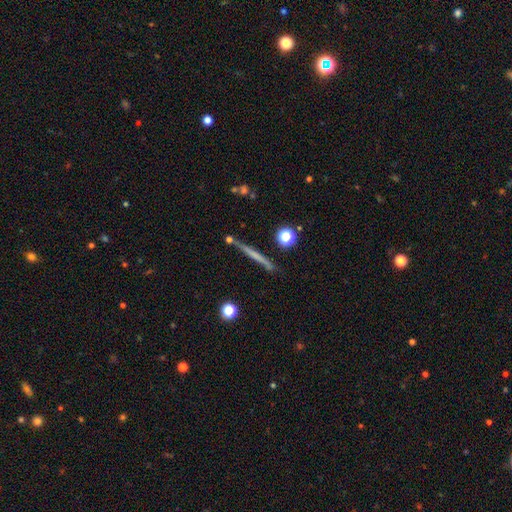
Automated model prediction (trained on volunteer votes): Overall: featured or disk (48%; smooth 44%). Merging: none (84%).